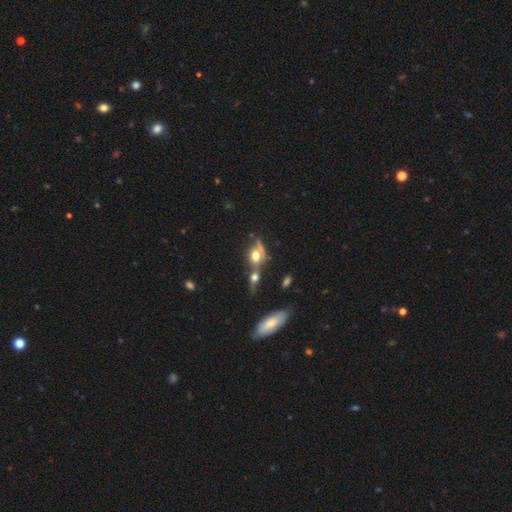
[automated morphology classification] Smooth or featured? smooth (57%)
How rounded? in between (55%)
Merging? merger (49%)